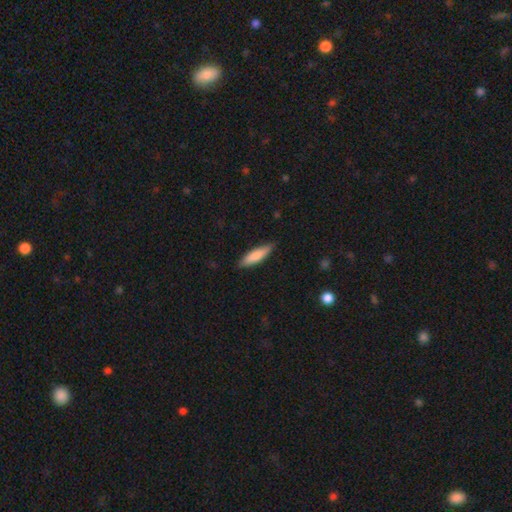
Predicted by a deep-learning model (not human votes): Smooth or featured? Predicted: smooth (p=0.80). How rounded? Predicted: cigar-shaped (p=0.67). Merging? Predicted: none (p=0.84).